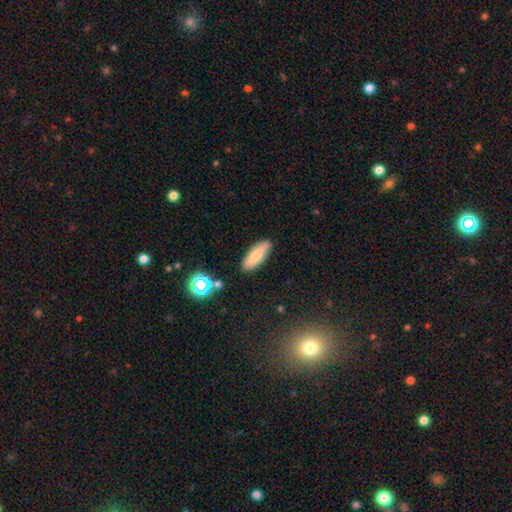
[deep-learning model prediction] smooth-or-featured: smooth: 76% | featured or disk: 16% | star or artifact: 8%
  how-rounded: in between: 66% | cigar-shaped: 32% | round: 2%
  merging: none: 84% | minor disturbance: 11% | merger: 2% | major disturbance: 2%